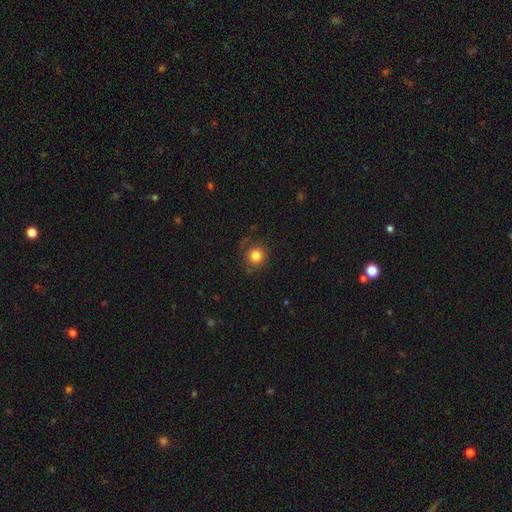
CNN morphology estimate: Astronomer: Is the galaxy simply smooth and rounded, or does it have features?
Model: smooth — 83%.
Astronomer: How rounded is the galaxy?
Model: round — 93%.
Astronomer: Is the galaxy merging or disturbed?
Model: none — 81%.